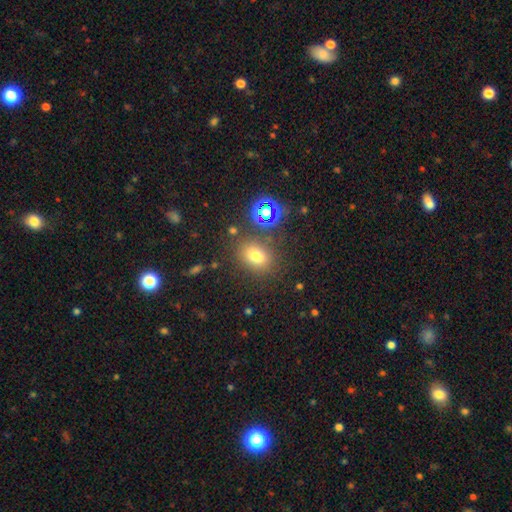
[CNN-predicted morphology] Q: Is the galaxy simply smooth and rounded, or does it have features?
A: smooth — 68%.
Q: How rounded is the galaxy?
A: in between — 64%.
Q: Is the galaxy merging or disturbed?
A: none — 75%.